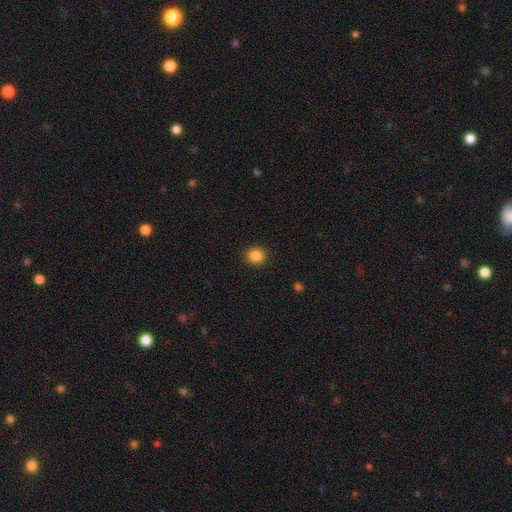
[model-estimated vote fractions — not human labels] This appears to be a smooth galaxy with no disk features (86%) that is round (86%). Merging: none (92%).